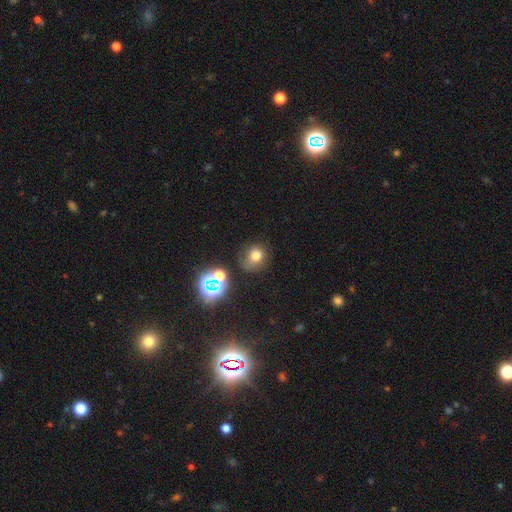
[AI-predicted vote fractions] smooth-or-featured: smooth: 70% | star or artifact: 20% | featured or disk: 9%
  how-rounded: round: 70% | in between: 29% | cigar-shaped: 1%
  merging: none: 62% | minor disturbance: 20% | major disturbance: 9% | merger: 9%